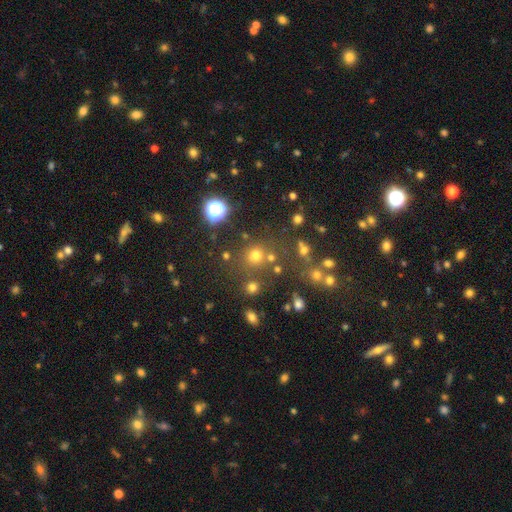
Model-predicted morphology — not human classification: Overall: smooth (65%; star or artifact 26%). How rounded: round (90%). Merging: none (76%).